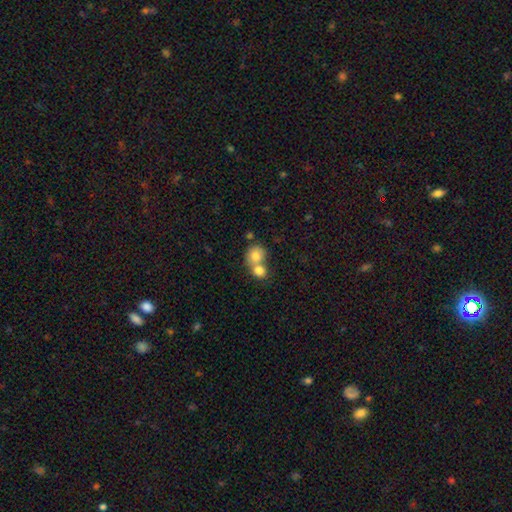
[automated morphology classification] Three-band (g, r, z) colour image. It shows a smooth galaxy with no disk features (79%) that is round (77%). Merging: merger (58%).